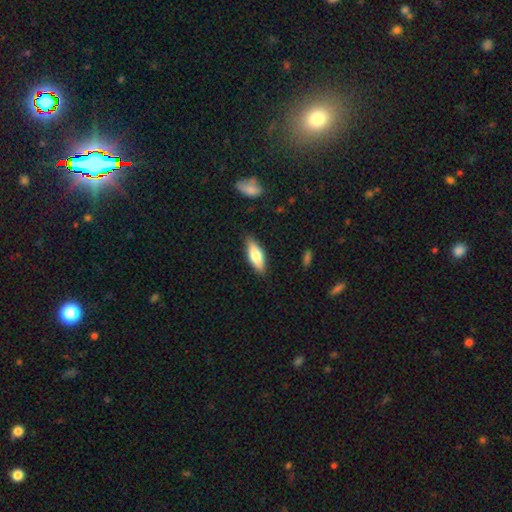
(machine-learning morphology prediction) smooth_or_featured: smooth (p=0.69) [alt: featured or disk p=0.26]
how_rounded: in between (p=0.58) [alt: cigar-shaped p=0.40]
merging: none (p=0.86) [alt: minor disturbance p=0.10]